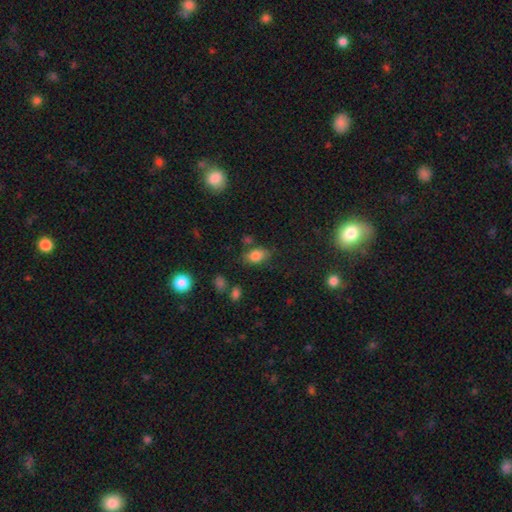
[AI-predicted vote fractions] A smooth galaxy with no disk features (81%) that is in between round and cigar-shaped (84%). Merging: none (72%).